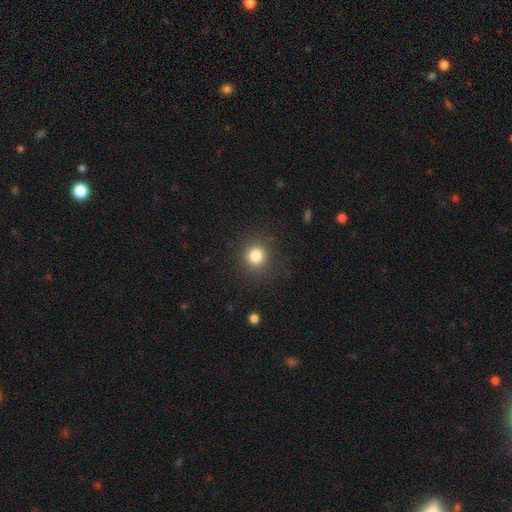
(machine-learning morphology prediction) smooth_or_featured: smooth (p=0.82) [alt: star or artifact p=0.12]
how_rounded: round (p=0.86) [alt: in between p=0.13]
merging: none (p=0.87) [alt: minor disturbance p=0.08]